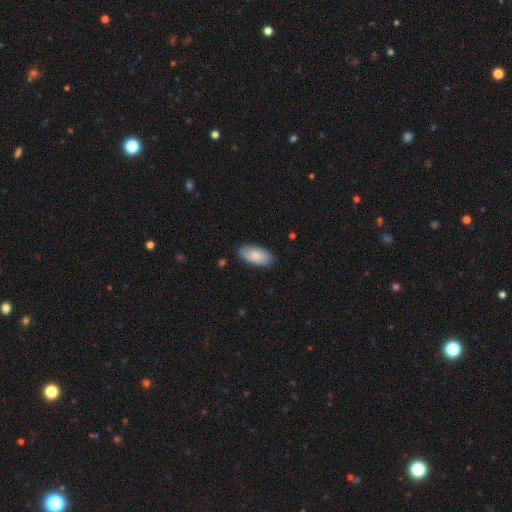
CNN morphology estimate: Q: Smooth or featured?
A: smooth (84%); runner-up: featured or disk (10%)
Q: How rounded?
A: in between (93%); runner-up: cigar-shaped (5%)
Q: Merging?
A: none (82%); runner-up: minor disturbance (14%)